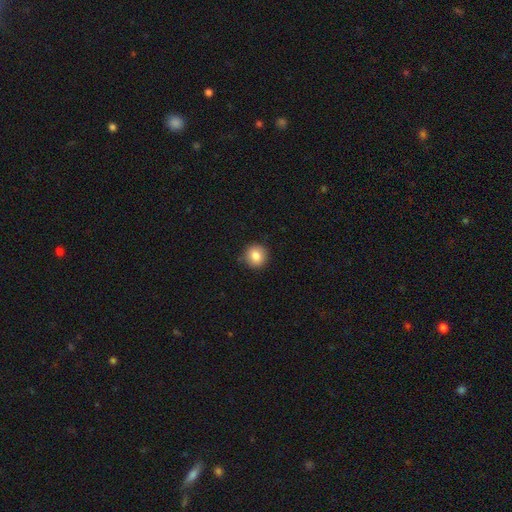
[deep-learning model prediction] smooth-or-featured: smooth: 85% | star or artifact: 9% | featured or disk: 6%
  how-rounded: round: 89% | in between: 10% | cigar-shaped: 1%
  merging: none: 88% | minor disturbance: 9% | major disturbance: 2% | merger: 1%